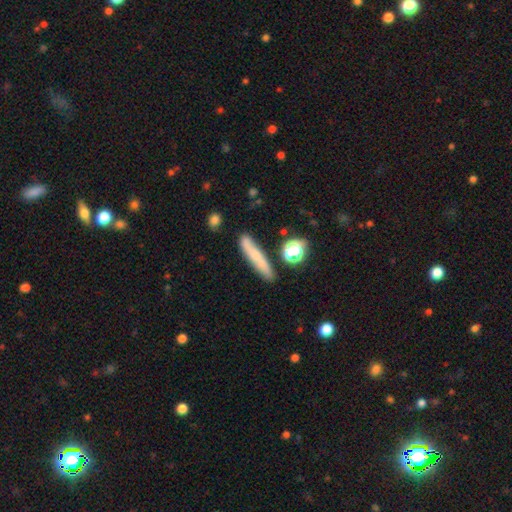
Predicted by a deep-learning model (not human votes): Smooth or featured: smooth — 59% (featured or disk — 32%)
How rounded: cigar-shaped — 85% (in between — 11%)
Merging: none — 77% (minor disturbance — 15%)